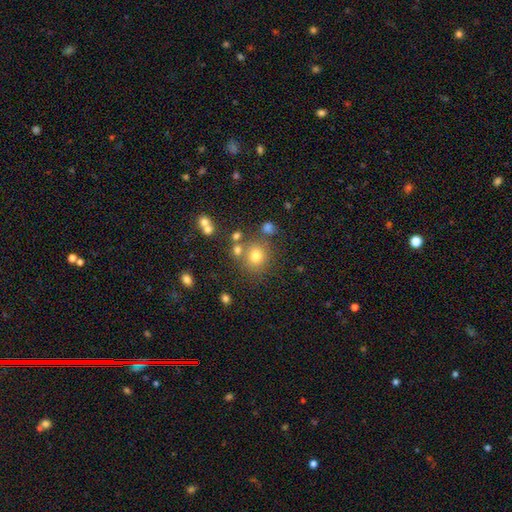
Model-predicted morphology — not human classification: smooth_or_featured: smooth (p=0.73) [alt: star or artifact p=0.17]
how_rounded: round (p=0.88) [alt: in between p=0.12]
merging: none (p=0.73) [alt: merger p=0.12]